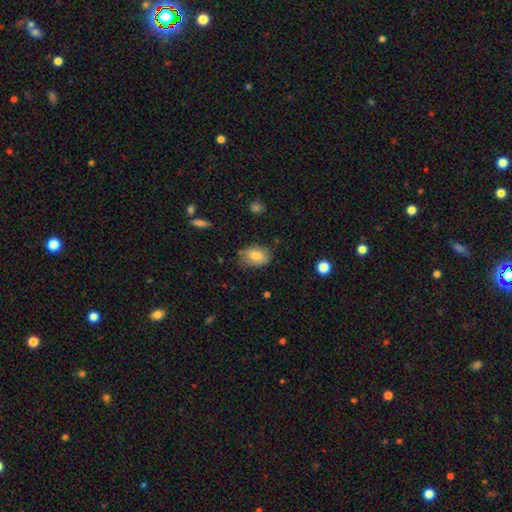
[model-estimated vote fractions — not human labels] Overall: smooth (82%). How rounded: in between (81%). Merging: none (75%).